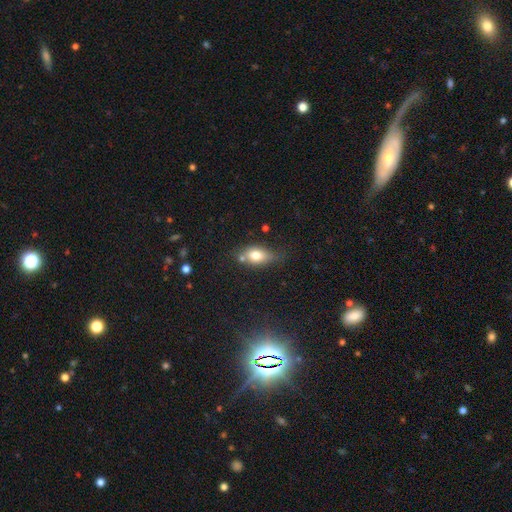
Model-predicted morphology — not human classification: smooth-or-featured: smooth: 73% | featured or disk: 18% | star or artifact: 9%
  how-rounded: in between: 80% | round: 14% | cigar-shaped: 6%
  merging: none: 55% | minor disturbance: 25% | merger: 13% | major disturbance: 7%